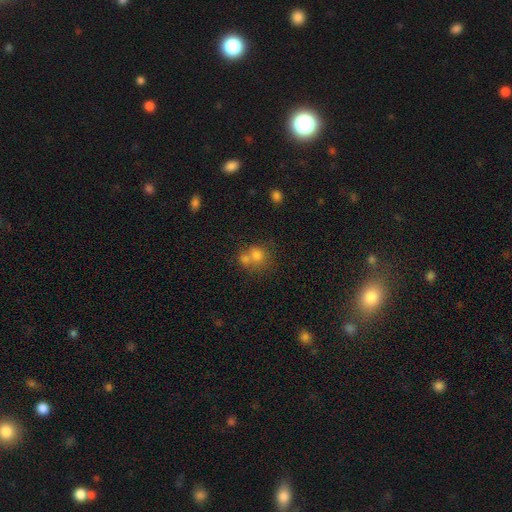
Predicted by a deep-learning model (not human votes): Smooth or featured? Predicted: smooth (p=0.68). How rounded? Predicted: round (p=0.77). Merging? Predicted: merger (p=0.47).